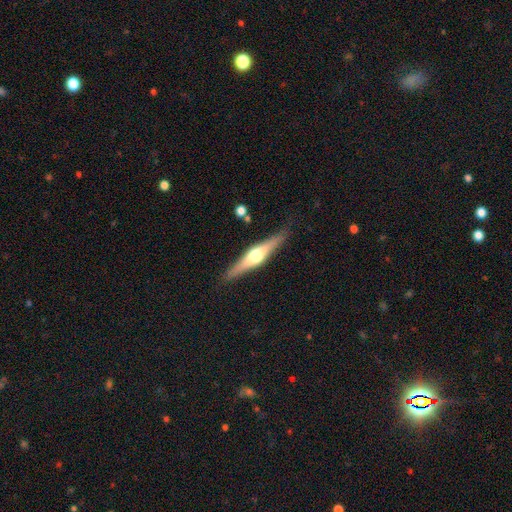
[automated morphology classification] Smooth or featured: featured or disk — 70% (smooth — 24%)
Edge-on disk: yes — 97% (no — 3%)
Edge-on bulge: rounded — 93% (boxy — 4%)
Merging: none — 87% (minor disturbance — 9%)